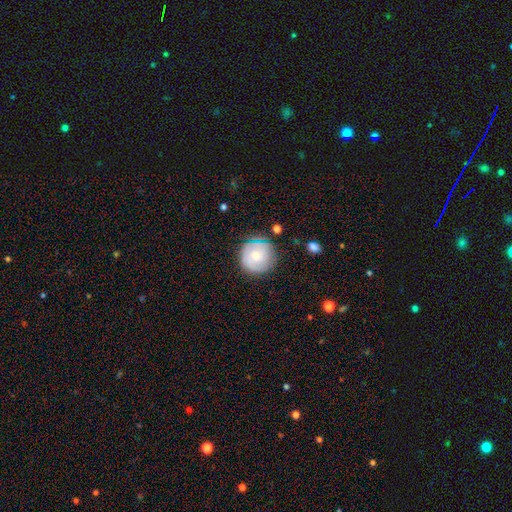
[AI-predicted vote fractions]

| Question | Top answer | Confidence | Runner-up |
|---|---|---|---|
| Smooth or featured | smooth | 52% | featured or disk (39%) |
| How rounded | round | 93% | in between (6%) |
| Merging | none | 77% | minor disturbance (16%) |